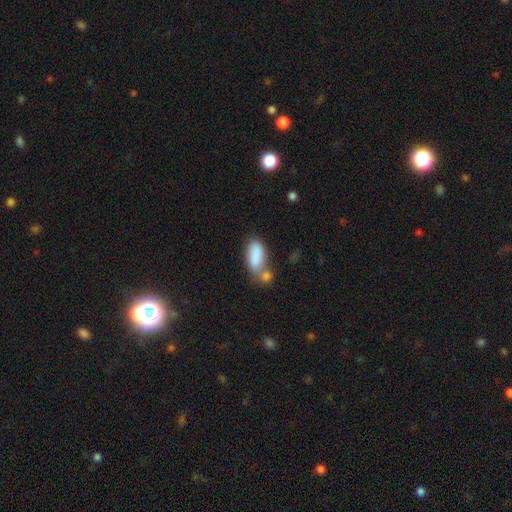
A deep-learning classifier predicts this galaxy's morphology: This appears to be a smooth galaxy with no disk features (84%) that is in between round and cigar-shaped (90%). Merging: merger (40%).